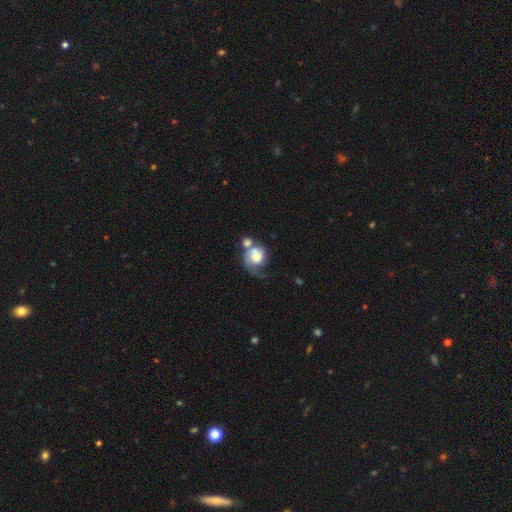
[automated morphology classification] Smooth or featured? Predicted: featured or disk (p=0.49). Merging? Predicted: merger (p=0.40).